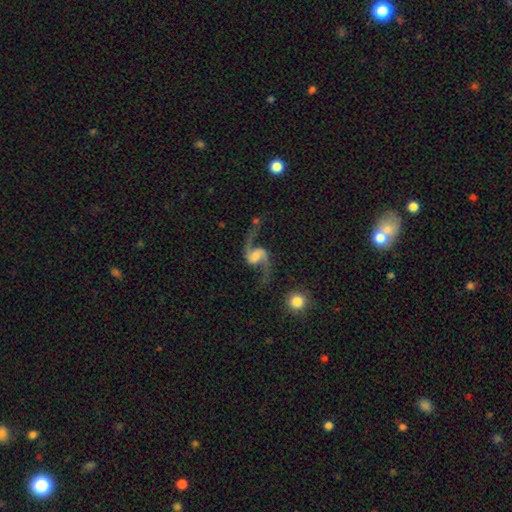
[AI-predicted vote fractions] smooth-or-featured: featured or disk: 91% | star or artifact: 5% | smooth: 4%
  disk-edge-on: no: 98% | yes: 2%
    bar: weak: 44% | no: 41% | strong: 15%
    has-spiral-arms: yes: 98% | no: 2%
      spiral-winding: loose: 85% | medium: 13% | tight: 2%
      spiral-arm-count: 2: 94% | 1: 2% | can't tell: 1% | 3: 1% | 4: 1% | more than 4: 1%
    bulge-size: moderate: 36% | small: 29% | none: 16% | large: 16% | dominant: 3%
  merging: none: 69% | minor disturbance: 14% | major disturbance: 11% | merger: 6%